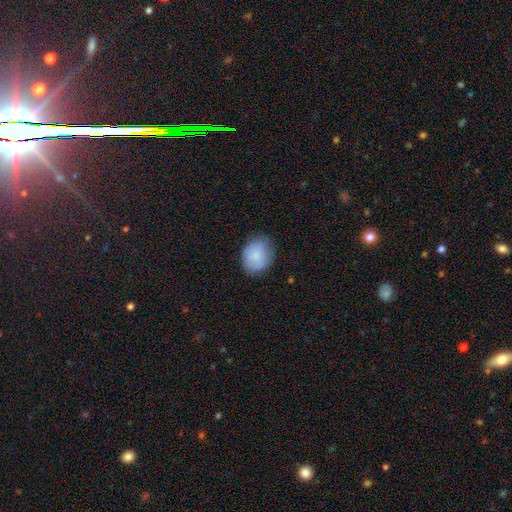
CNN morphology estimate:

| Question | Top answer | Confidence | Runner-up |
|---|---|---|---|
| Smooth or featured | smooth | 81% | featured or disk (12%) |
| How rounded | in between | 53% | round (46%) |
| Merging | none | 70% | minor disturbance (23%) |